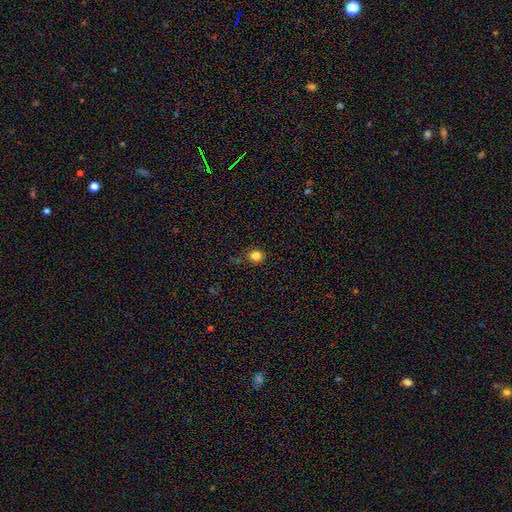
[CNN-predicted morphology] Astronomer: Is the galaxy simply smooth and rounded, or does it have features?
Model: smooth — 82%.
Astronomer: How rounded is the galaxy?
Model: round — 88%.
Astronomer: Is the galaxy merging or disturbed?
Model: none — 79%.